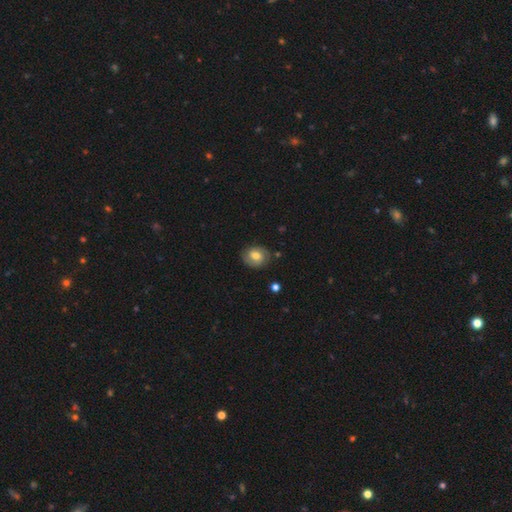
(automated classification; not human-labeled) A smooth galaxy with no disk features (49%). Merging: none (79%).